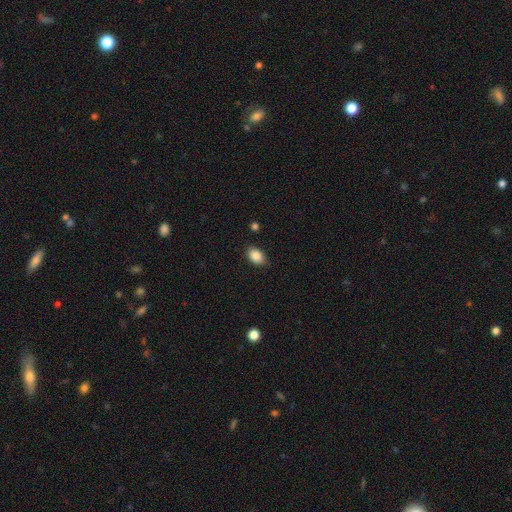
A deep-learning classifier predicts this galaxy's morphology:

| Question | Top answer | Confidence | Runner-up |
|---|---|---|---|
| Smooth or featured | smooth | 87% | star or artifact (8%) |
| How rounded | in between | 83% | round (16%) |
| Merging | none | 82% | minor disturbance (14%) |